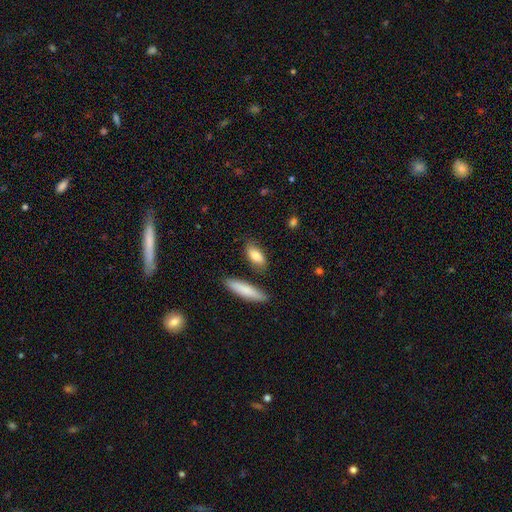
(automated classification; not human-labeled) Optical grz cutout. It shows a smooth galaxy with no disk features (82%) that is in between round and cigar-shaped (78%). Merging: none (78%).